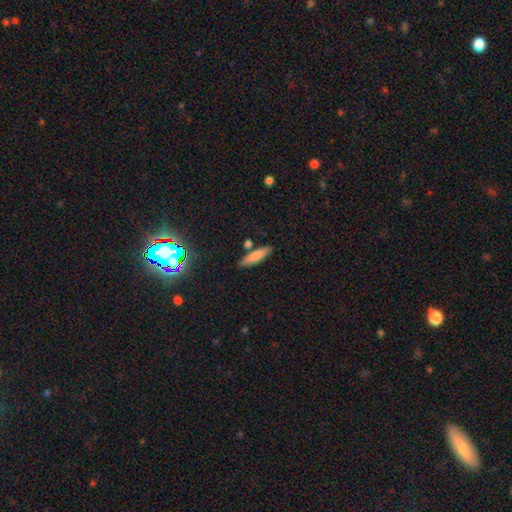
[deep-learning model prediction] smooth 79%, featured or disk 12%, star or artifact 9%. Down the decision tree: how rounded — cigar-shaped (73%); merging — none (80%).